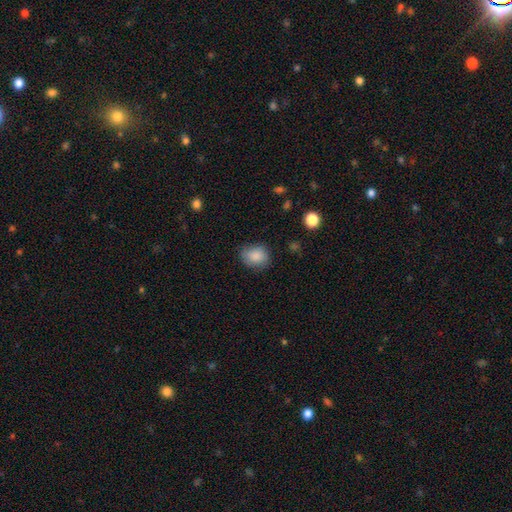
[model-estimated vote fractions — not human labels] Morphology: type=smooth (86%); roundness=round (55%); merging=none (72%).